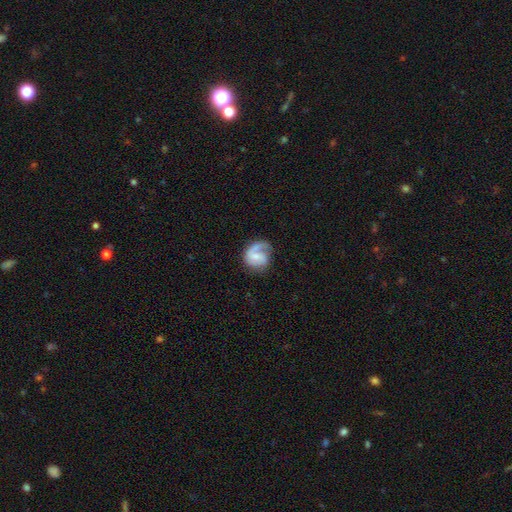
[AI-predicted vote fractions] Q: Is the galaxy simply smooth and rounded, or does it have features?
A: featured or disk — 66%.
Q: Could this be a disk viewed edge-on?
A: no — 98%.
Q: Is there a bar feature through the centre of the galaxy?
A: weak — 45%.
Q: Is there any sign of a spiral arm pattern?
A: yes — 89%.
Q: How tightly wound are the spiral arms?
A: medium — 41%.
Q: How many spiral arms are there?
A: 1 — 56%.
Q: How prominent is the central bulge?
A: small — 46%.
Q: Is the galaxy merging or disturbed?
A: none — 52%.